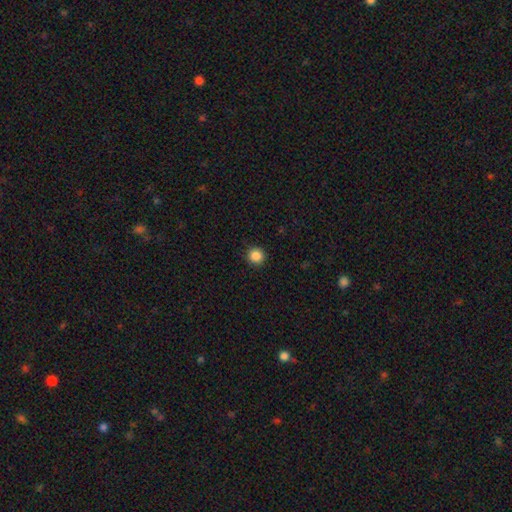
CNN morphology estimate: type=smooth (86%); roundness=round (95%); merging=none (93%).